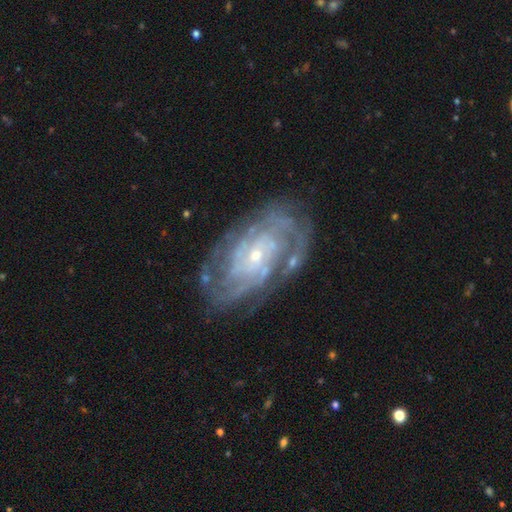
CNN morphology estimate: Overall: featured or disk (88%). Edge-on disk: no (96%). Bar: no (69%). Spiral arms: yes (96%). Spiral arm count: can't tell (32%; 4 19%). Spiral winding: tight (71%). Bulge size: small (76%). Merging: none (73%).